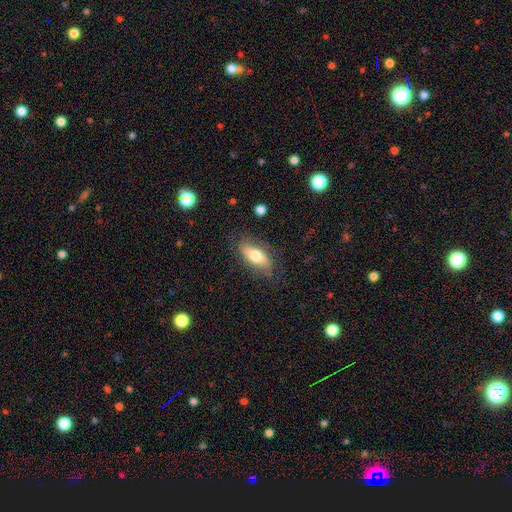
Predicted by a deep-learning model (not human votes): Smooth or featured?
  - smooth: 60% *
  - featured or disk: 33%
  - star or artifact: 7%
How rounded?
  - in between: 77% *
  - cigar-shaped: 19%
  - round: 4%
Merging?
  - none: 75% *
  - minor disturbance: 17%
  - major disturbance: 6%
  - merger: 2%